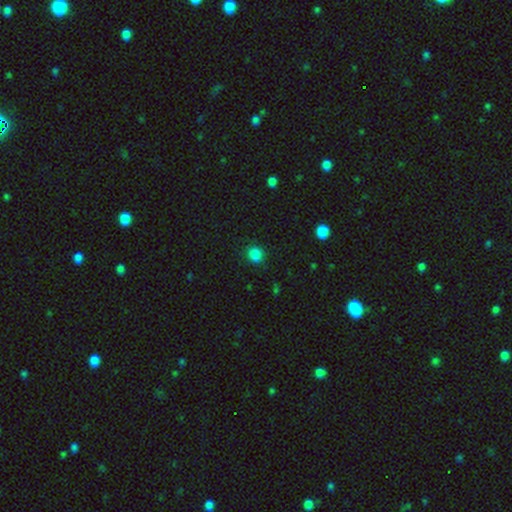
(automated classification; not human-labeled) Overall: smooth (85%). How rounded: round (79%). Merging: none (86%).